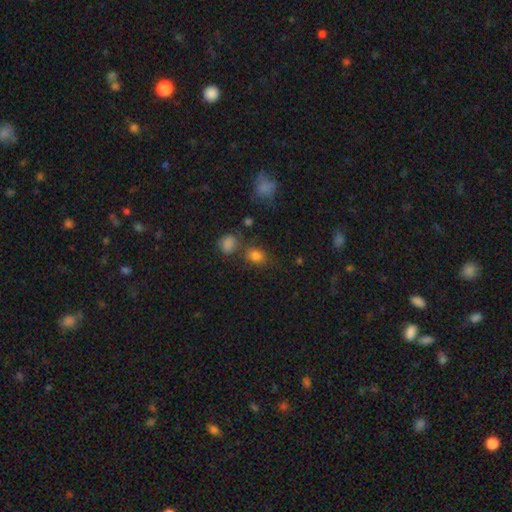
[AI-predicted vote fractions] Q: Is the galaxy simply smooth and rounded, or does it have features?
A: smooth — 80%.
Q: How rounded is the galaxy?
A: in between — 51%.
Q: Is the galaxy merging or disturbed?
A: none — 65%.